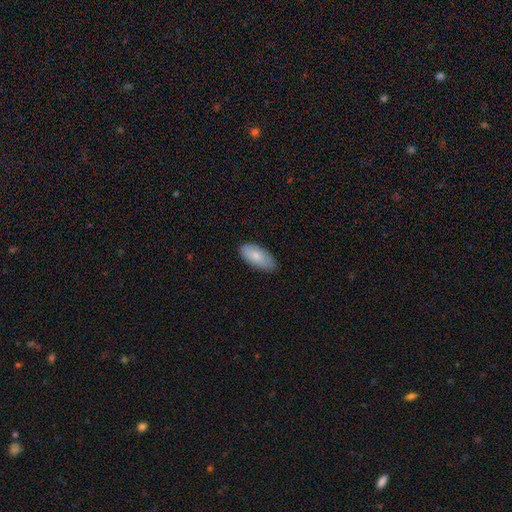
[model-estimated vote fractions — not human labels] This appears to be a smooth galaxy with no disk features (79%) that is in between round and cigar-shaped (92%). Merging: none (83%).